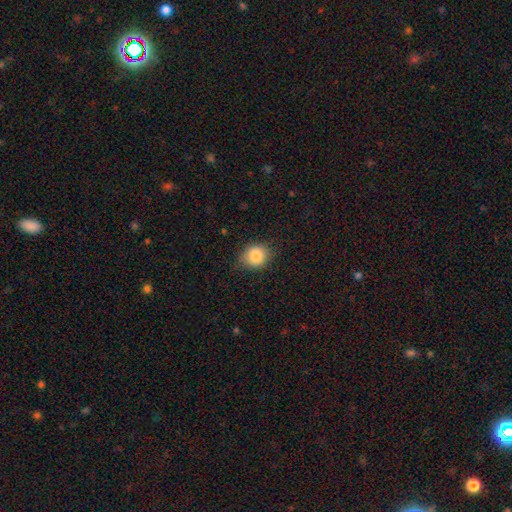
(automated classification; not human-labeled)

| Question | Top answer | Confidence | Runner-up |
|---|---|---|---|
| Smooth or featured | smooth | 85% | star or artifact (9%) |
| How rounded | round | 71% | in between (28%) |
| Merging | none | 79% | minor disturbance (17%) |